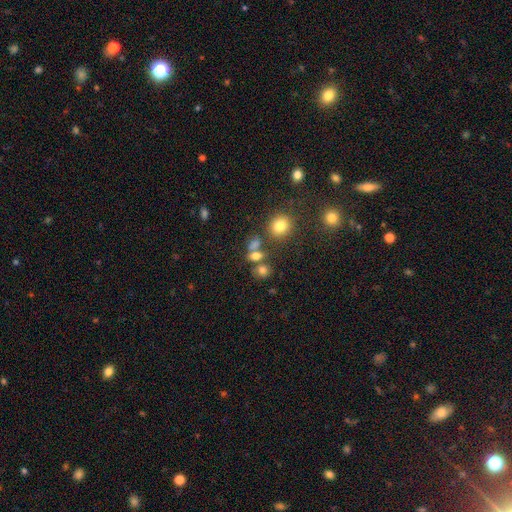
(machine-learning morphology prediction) smooth 72%, star or artifact 17%, featured or disk 11%. Down the decision tree: how rounded — in between (54%); merging — none (49%).